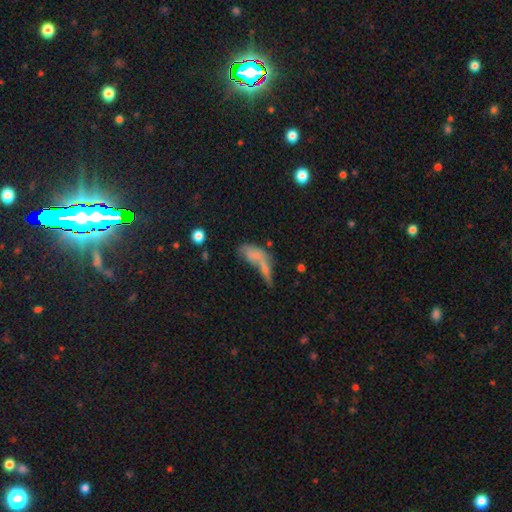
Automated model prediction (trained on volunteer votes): Smooth or featured?
  - smooth: 60% *
  - featured or disk: 27%
  - star or artifact: 13%
How rounded?
  - in between: 70% *
  - cigar-shaped: 24%
  - round: 6%
Merging?
  - merger: 42% *
  - none: 24%
  - major disturbance: 19%
  - minor disturbance: 14%